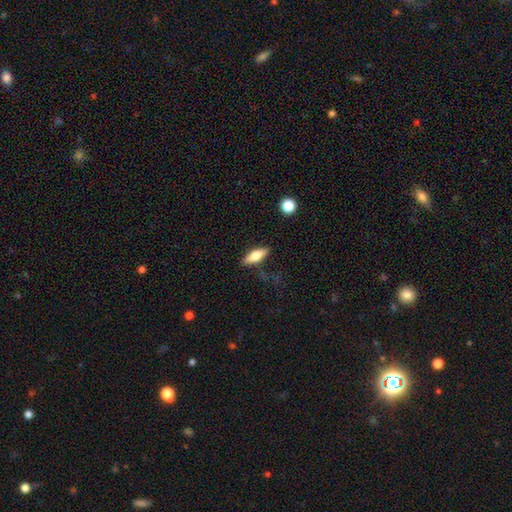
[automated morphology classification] Smooth or featured? Predicted: smooth (p=0.61). How rounded? Predicted: in between (p=0.55). Merging? Predicted: none (p=0.79).